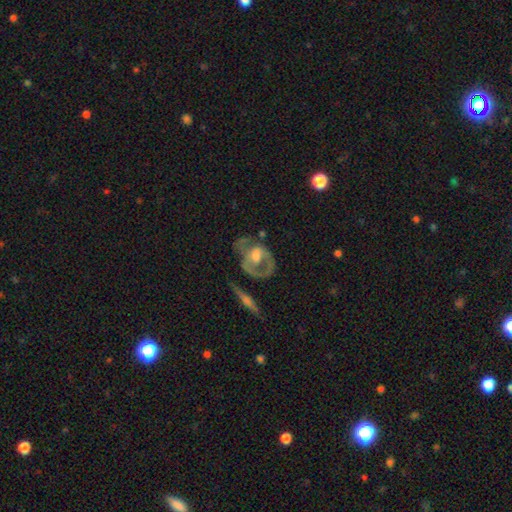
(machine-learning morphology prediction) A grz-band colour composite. It shows a featured or disk galaxy (62%) with no bar (71%), no spiral arms (62%) and a moderate central bulge (46%). Merging: none (41%).